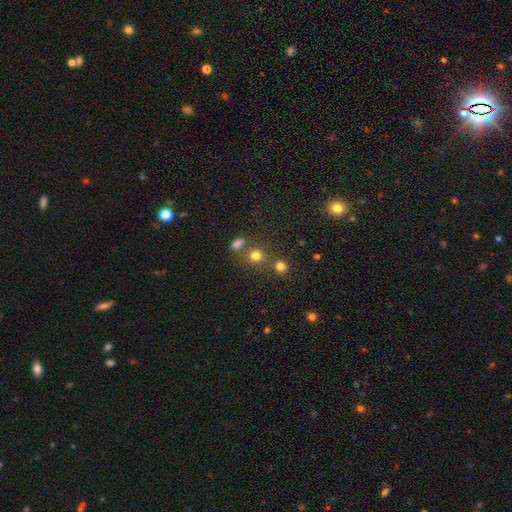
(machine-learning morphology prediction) A smooth galaxy with no disk features (75%) that is round (80%). Merging: none (64%).